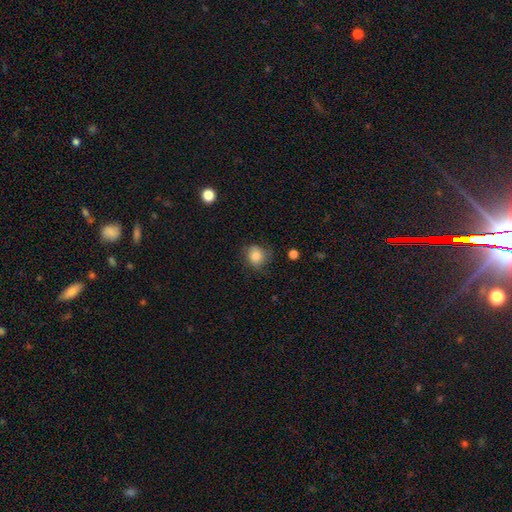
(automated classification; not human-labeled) Overall: smooth (79%). How rounded: round (76%). Merging: none (68%).